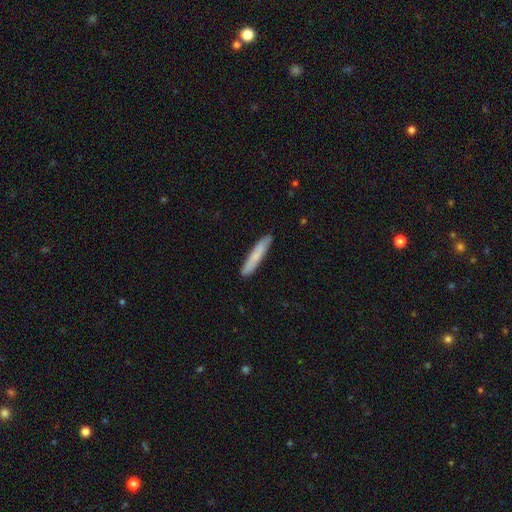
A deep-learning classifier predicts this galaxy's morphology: The model was most divided on "smooth or featured": smooth: 76%, featured or disk: 18%, star or artifact: 6%. More confident: how rounded — cigar-shaped (93%); merging — none (88%).